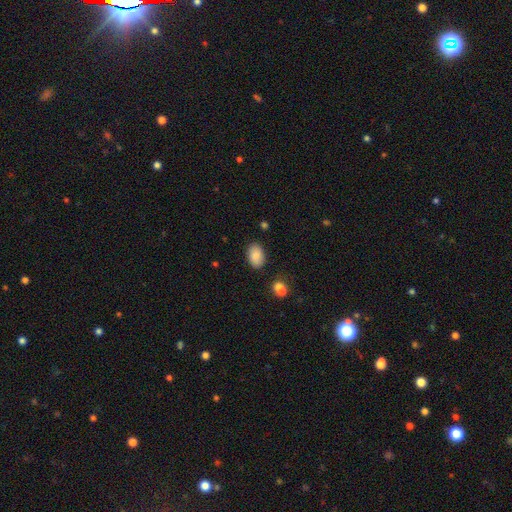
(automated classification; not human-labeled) Q: Smooth or featured?
A: smooth (85%); runner-up: star or artifact (8%)
Q: How rounded?
A: in between (90%); runner-up: round (9%)
Q: Merging?
A: none (84%); runner-up: minor disturbance (11%)